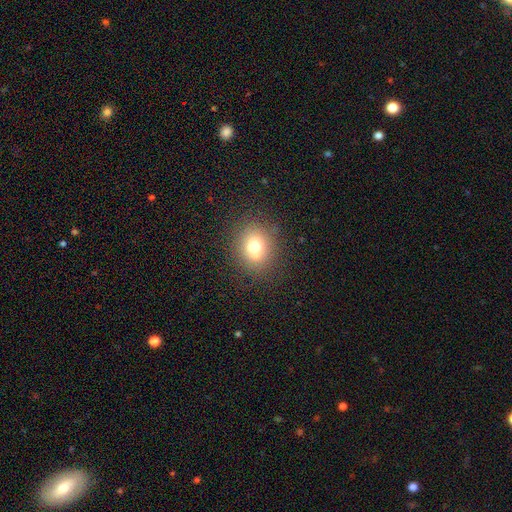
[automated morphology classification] A smooth galaxy with no disk features (70%) that is round (71%). Merging: none (70%).